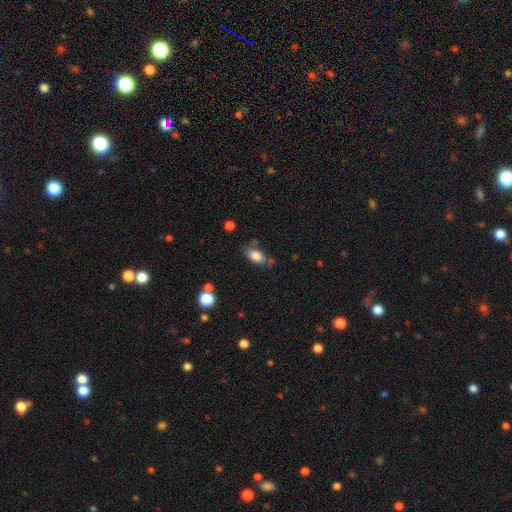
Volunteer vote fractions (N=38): A smooth galaxy with no disk features (74%) that is in between round and cigar-shaped (89%).

Vote fractions:
- Smooth or featured? smooth: 74% / featured or disk: 18% / star or artifact: 8%
- How rounded? in between: 89% / round: 7% / cigar-shaped: 4%
- Merging? none: 69% / minor disturbance: 17% / major disturbance: 11% / merger: 3%